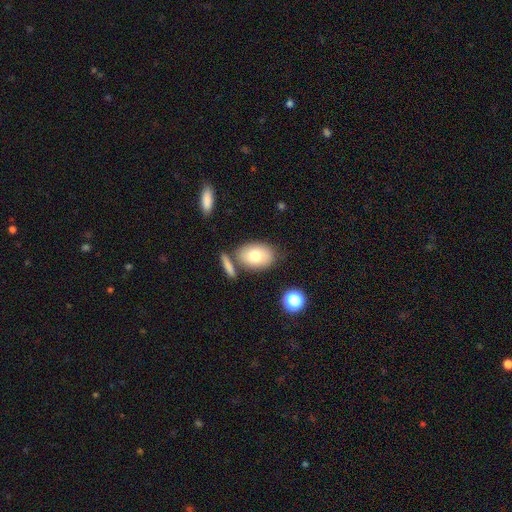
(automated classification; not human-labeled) This is likely a smooth galaxy (75%). How rounded: clearly in between (81%). Merging: likely none (69%).